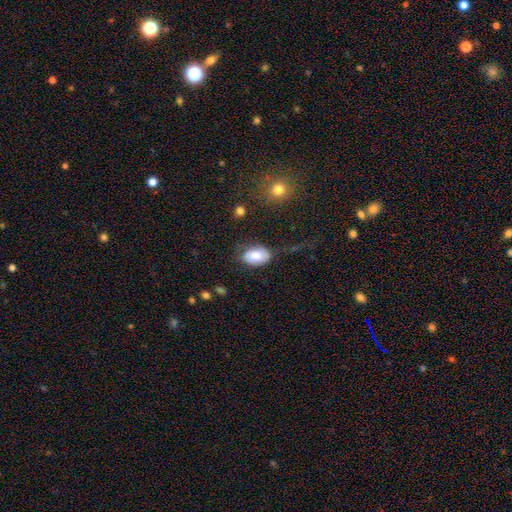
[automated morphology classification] A smooth galaxy with no disk features (76%) that is in between round and cigar-shaped (89%). Merging: none (60%).